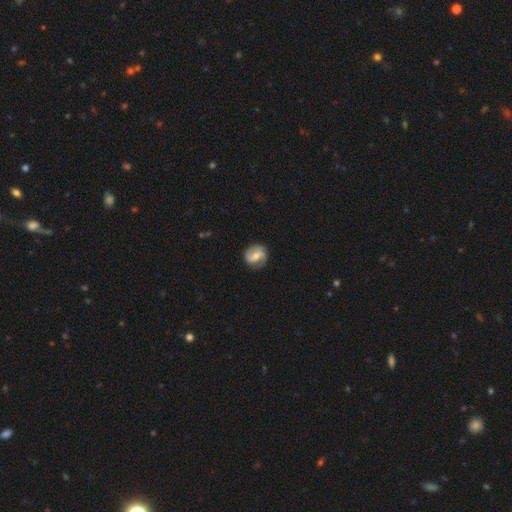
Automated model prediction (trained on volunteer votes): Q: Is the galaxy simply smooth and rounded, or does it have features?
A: featured or disk — 74%.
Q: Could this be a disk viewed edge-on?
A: no — 98%.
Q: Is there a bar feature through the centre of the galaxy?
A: weak — 47%.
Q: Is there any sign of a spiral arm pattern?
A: yes — 92%.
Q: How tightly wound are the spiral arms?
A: medium — 45%.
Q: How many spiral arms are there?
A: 2 — 86%.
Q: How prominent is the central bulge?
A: moderate — 55%.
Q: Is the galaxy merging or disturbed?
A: none — 80%.